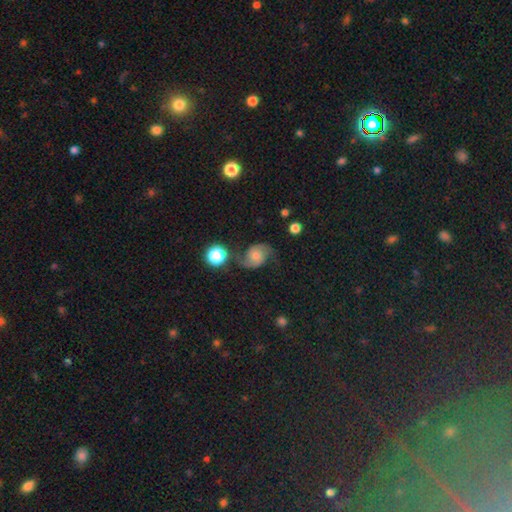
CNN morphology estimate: smooth_or_featured: featured or disk (p=0.69) [alt: smooth p=0.21]
disk_edge_on: no (p=0.98) [alt: yes p=0.02]
bar: no (p=0.70) [alt: weak p=0.25]
has_spiral_arms: yes (p=0.94) [alt: no p=0.06]
spiral_winding: loose (p=0.45) [alt: medium p=0.42]
spiral_arm_count: 2 (p=0.91) [alt: can't tell p=0.04]
bulge_size: moderate (p=0.45) [alt: small p=0.39]
merging: none (p=0.65) [alt: minor disturbance p=0.20]